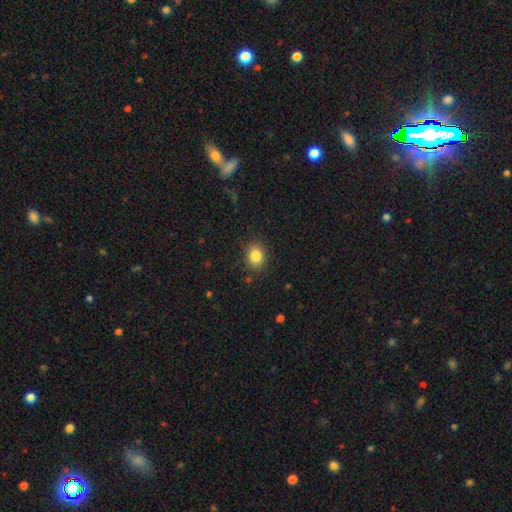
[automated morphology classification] This appears to be a smooth galaxy with no disk features (85%) that is in between round and cigar-shaped (50%). Merging: none (86%).